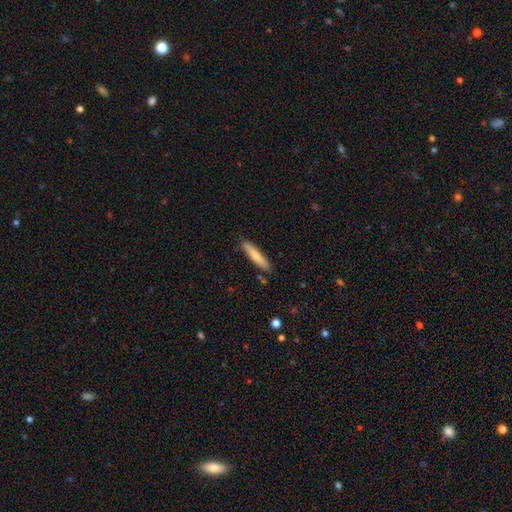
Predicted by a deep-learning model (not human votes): smooth_or_featured: smooth (p=0.73) [alt: featured or disk p=0.21]
how_rounded: cigar-shaped (p=0.86) [alt: in between p=0.12]
merging: none (p=0.85) [alt: minor disturbance p=0.11]